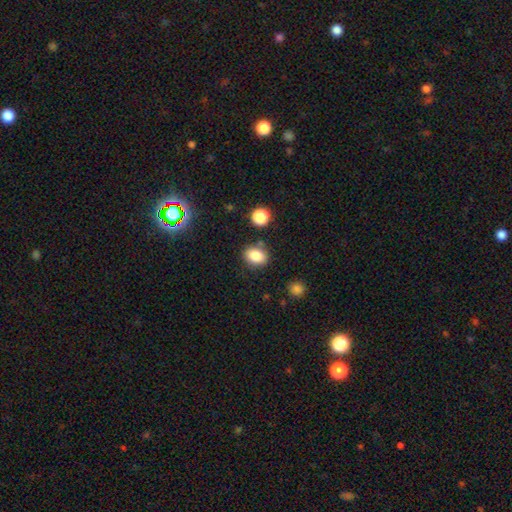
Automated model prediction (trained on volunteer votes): smooth_or_featured: smooth (p=0.83) [alt: star or artifact p=0.11]
how_rounded: in between (p=0.56) [alt: round p=0.43]
merging: none (p=0.79) [alt: minor disturbance p=0.11]